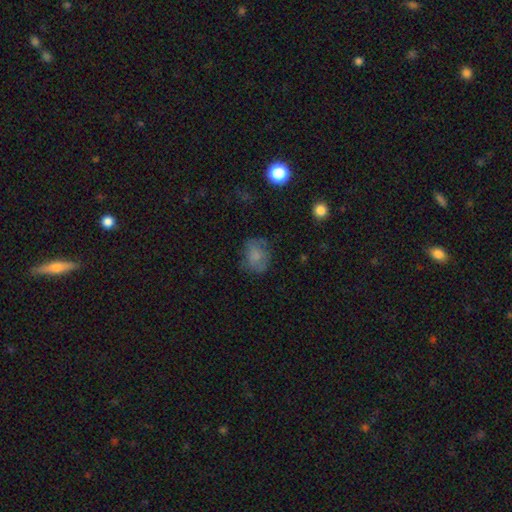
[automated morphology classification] A smooth galaxy with no disk features (70%) that is round (58%). Merging: none (60%).